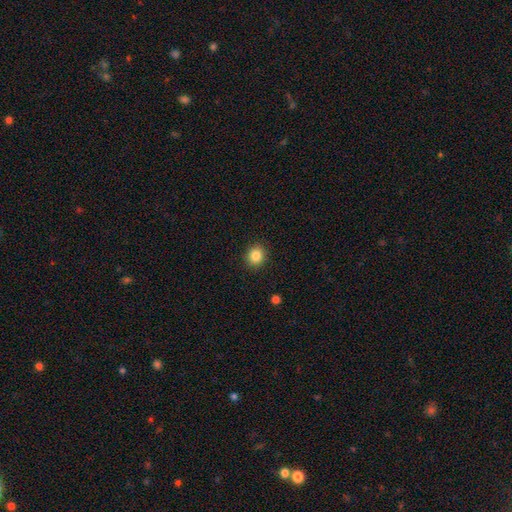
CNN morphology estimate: Smooth or featured? Predicted: smooth (p=0.85). How rounded? Predicted: round (p=0.80). Merging? Predicted: none (p=0.91).